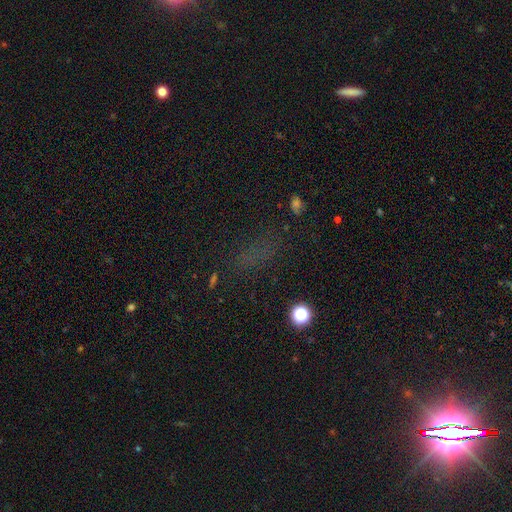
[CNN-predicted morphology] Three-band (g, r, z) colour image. It shows a star or artifact, not a galaxy (55%).